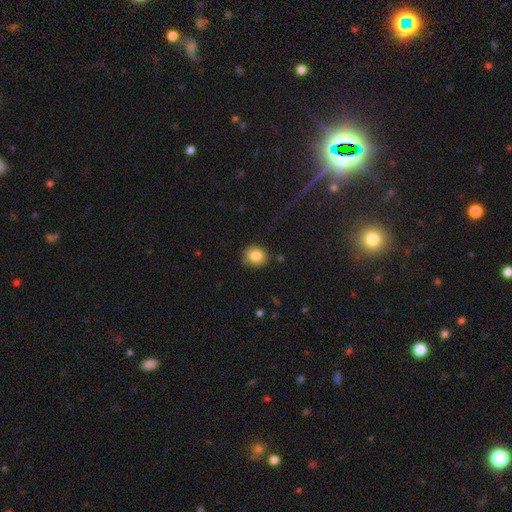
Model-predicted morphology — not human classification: Smooth or featured?
  - smooth: 84% *
  - star or artifact: 9%
  - featured or disk: 7%
How rounded?
  - round: 75% *
  - in between: 24%
  - cigar-shaped: 1%
Merging?
  - none: 77% *
  - minor disturbance: 17%
  - major disturbance: 4%
  - merger: 2%